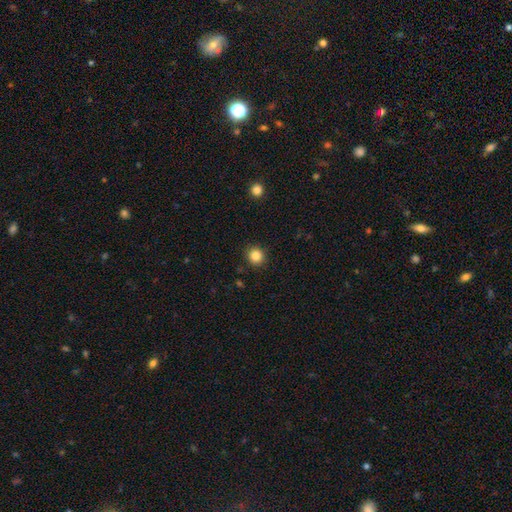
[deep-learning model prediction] Smooth or featured? Predicted: smooth (p=0.84). How rounded? Predicted: round (p=0.88). Merging? Predicted: none (p=0.90).